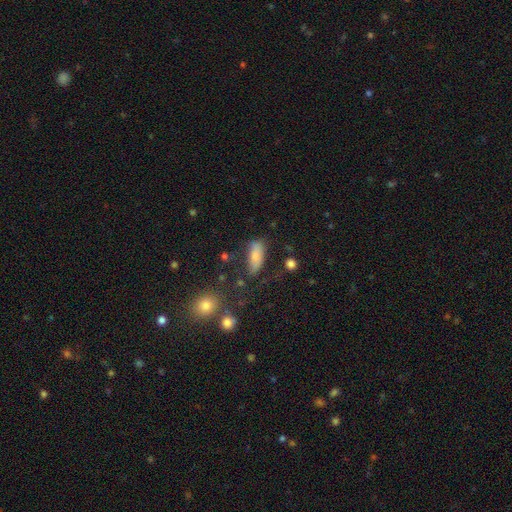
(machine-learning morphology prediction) A smooth galaxy with no disk features (78%) that is in between round and cigar-shaped (71%).

Vote fractions:
- Smooth or featured? smooth: 78% / featured or disk: 14% / star or artifact: 9%
- How rounded? in between: 71% / cigar-shaped: 26% / round: 3%
- Merging? none: 58% / minor disturbance: 25% / major disturbance: 11% / merger: 5%